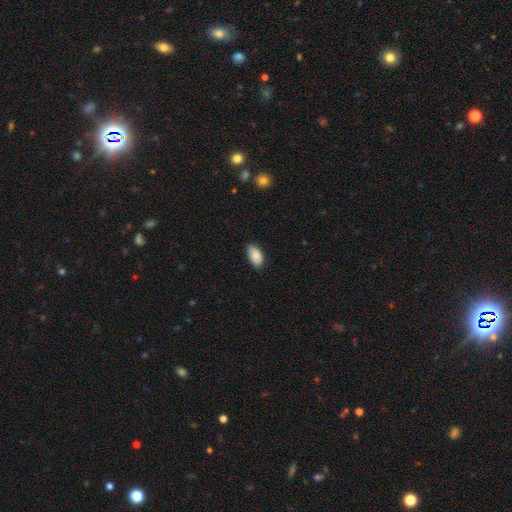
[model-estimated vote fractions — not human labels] A smooth galaxy with no disk features (89%) that is in between round and cigar-shaped (94%). Merging: none (80%).